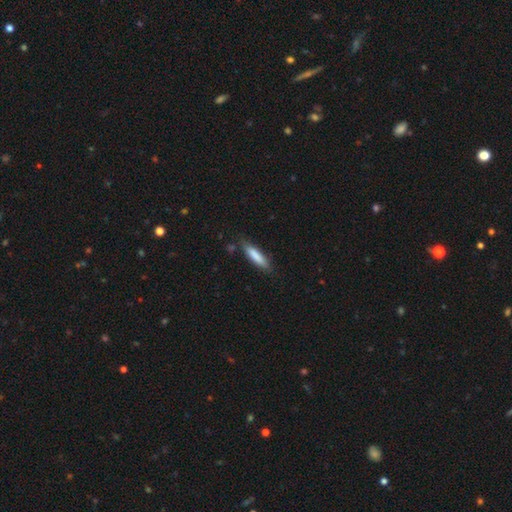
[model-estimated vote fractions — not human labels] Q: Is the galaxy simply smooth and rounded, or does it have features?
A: smooth — 82%.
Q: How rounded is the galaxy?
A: cigar-shaped — 74%.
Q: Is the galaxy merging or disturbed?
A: none — 79%.